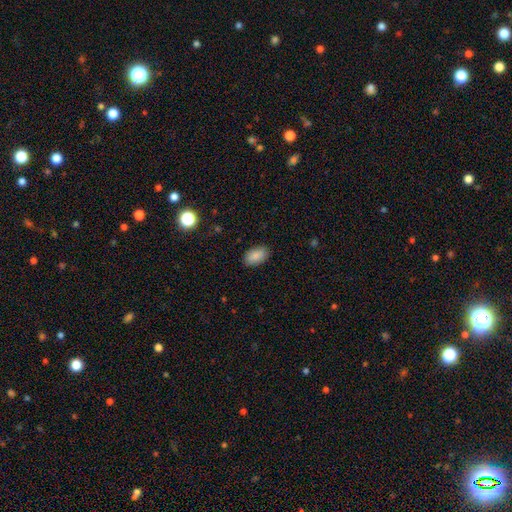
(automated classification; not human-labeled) smooth_or_featured: smooth (p=0.88) [alt: star or artifact p=0.08]
how_rounded: in between (p=0.92) [alt: round p=0.06]
merging: none (p=0.87) [alt: minor disturbance p=0.10]